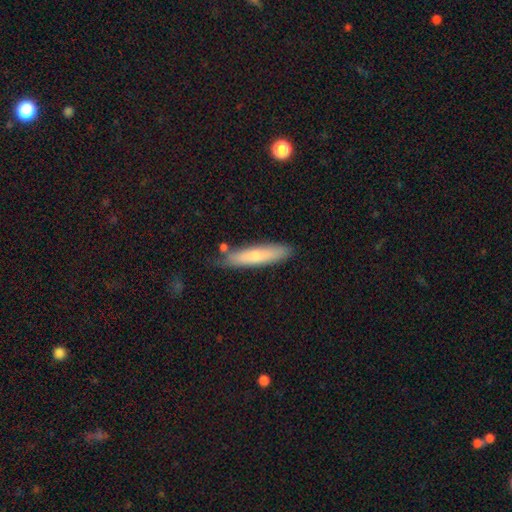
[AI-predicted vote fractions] Q: Smooth or featured?
A: smooth (66%); runner-up: featured or disk (28%)
Q: How rounded?
A: cigar-shaped (81%); runner-up: in between (17%)
Q: Merging?
A: none (75%); runner-up: minor disturbance (17%)